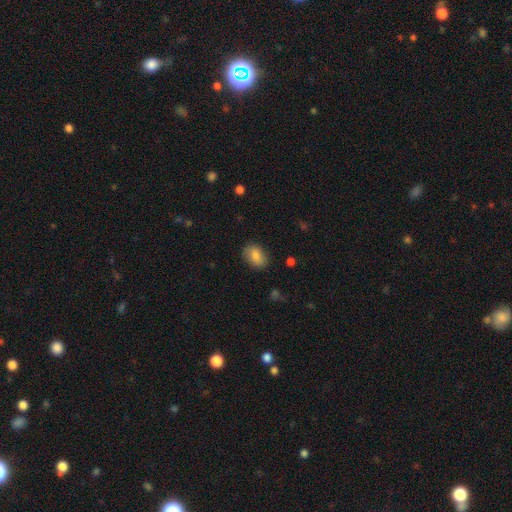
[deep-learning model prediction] The model was most divided on "how rounded": in between: 75%, round: 24%, cigar-shaped: 1%. More confident: smooth or featured — smooth (84%); merging — none (84%).